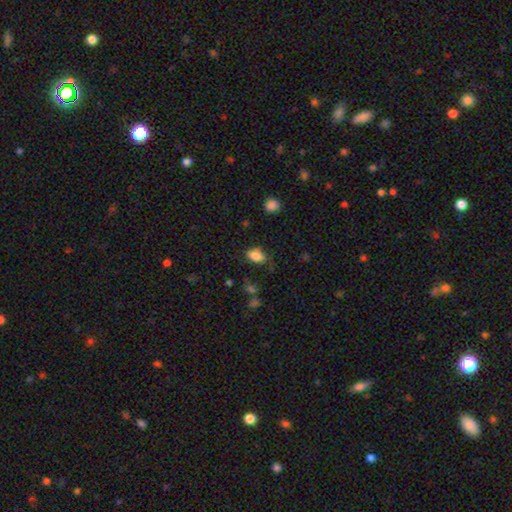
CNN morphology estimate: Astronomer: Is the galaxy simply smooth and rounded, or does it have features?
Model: smooth — 85%.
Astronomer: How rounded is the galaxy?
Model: in between — 87%.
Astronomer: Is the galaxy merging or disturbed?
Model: none — 69%.